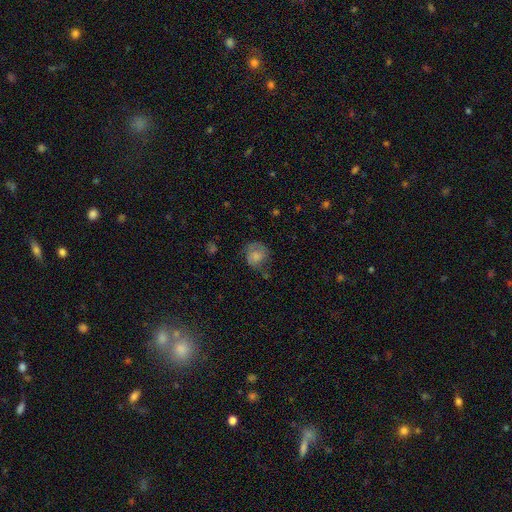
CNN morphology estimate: Smooth or featured?
  - smooth: 64% *
  - featured or disk: 27%
  - star or artifact: 10%
How rounded?
  - round: 73% *
  - in between: 26%
  - cigar-shaped: 1%
Merging?
  - none: 47% *
  - minor disturbance: 29%
  - major disturbance: 20%
  - merger: 3%